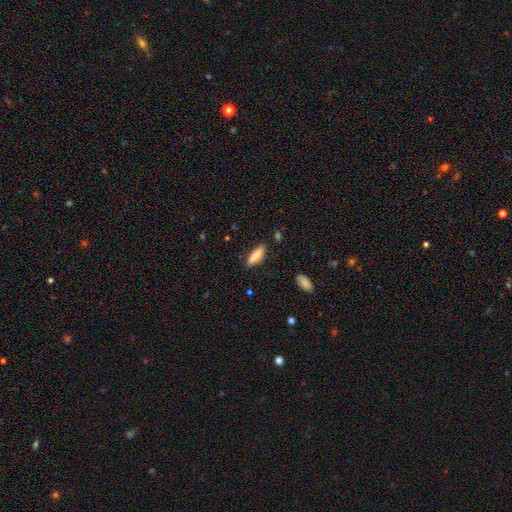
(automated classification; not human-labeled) This is clearly a smooth galaxy (85%). How rounded: possibly cigar-shaped (51%). Merging: clearly none (84%).